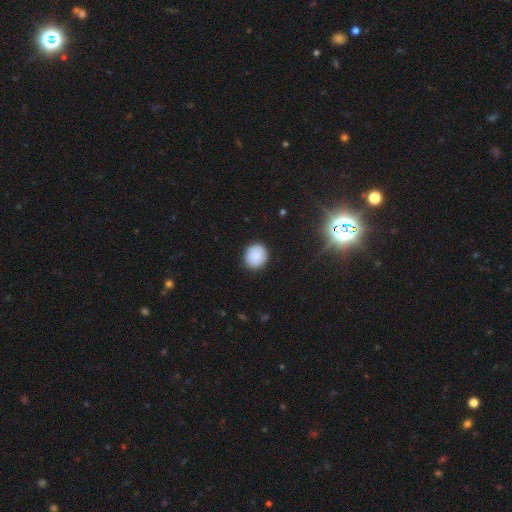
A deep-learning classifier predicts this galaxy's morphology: Overall: smooth (87%). How rounded: round (87%). Merging: none (90%).